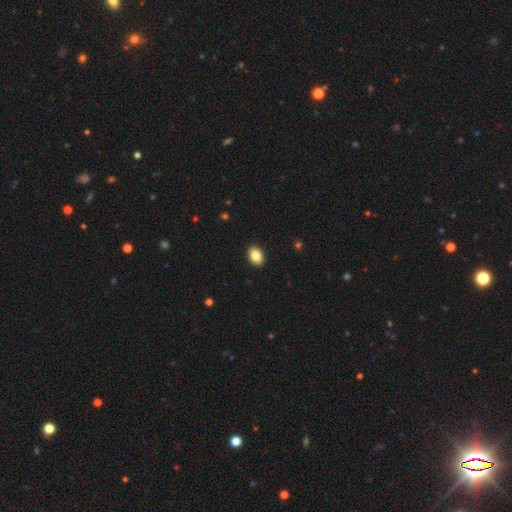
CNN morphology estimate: Q: Smooth or featured?
A: smooth (86%); runner-up: star or artifact (8%)
Q: How rounded?
A: in between (81%); runner-up: round (18%)
Q: Merging?
A: none (91%); runner-up: minor disturbance (6%)